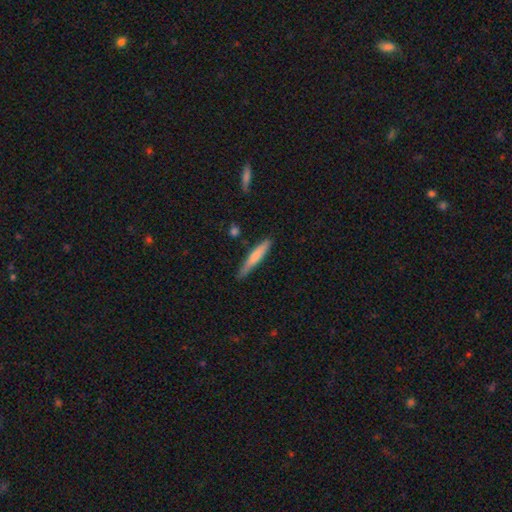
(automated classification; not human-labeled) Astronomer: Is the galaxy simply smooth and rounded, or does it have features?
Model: smooth — 70%.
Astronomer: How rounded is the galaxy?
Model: cigar-shaped — 92%.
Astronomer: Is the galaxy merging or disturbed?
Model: none — 80%.